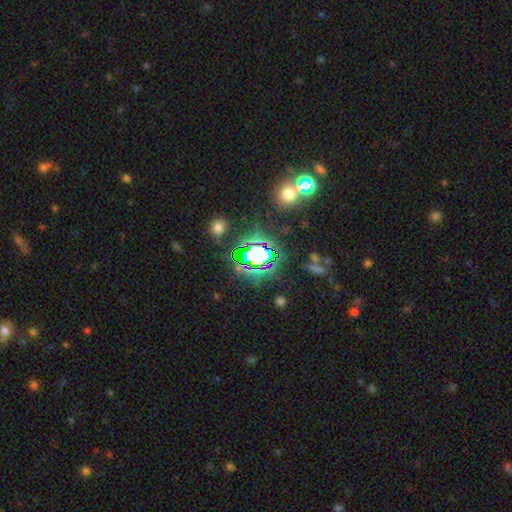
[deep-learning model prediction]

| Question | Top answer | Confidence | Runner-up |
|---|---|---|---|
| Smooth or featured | star or artifact | 70% | smooth (19%) |